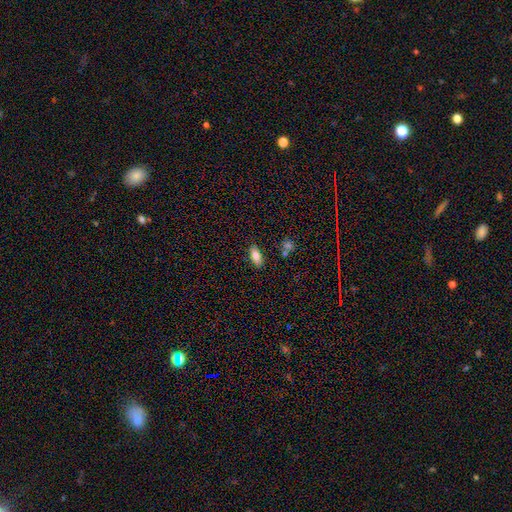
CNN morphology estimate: type=smooth (81%); roundness=in between (83%); merging=none (83%).